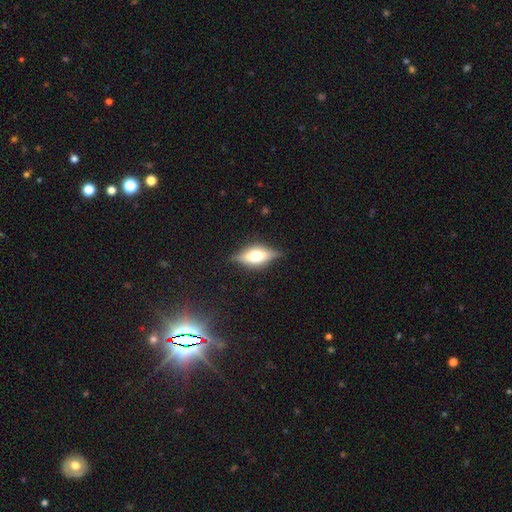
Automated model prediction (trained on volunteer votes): Overall: featured or disk (56%; smooth 35%). Edge-on disk: yes (91%). Edge-on bulge: rounded (88%). Merging: none (80%).